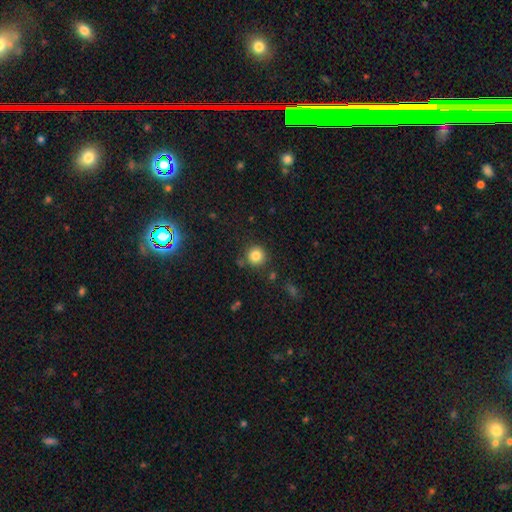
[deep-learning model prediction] smooth-or-featured: smooth: 83% | star or artifact: 11% | featured or disk: 5%
  how-rounded: round: 93% | in between: 6% | cigar-shaped: 1%
  merging: none: 83% | minor disturbance: 9% | merger: 5% | major disturbance: 3%